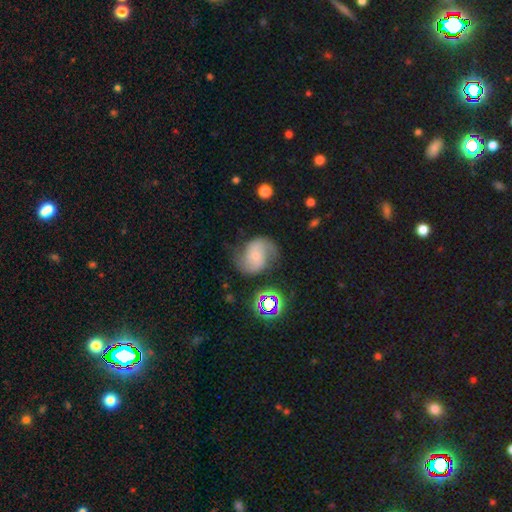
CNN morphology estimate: Q: Smooth or featured?
A: featured or disk (74%); runner-up: smooth (16%)
Q: Edge-on disk?
A: no (98%); runner-up: yes (2%)
Q: Bar?
A: no (59%); runner-up: weak (32%)
Q: Spiral arms?
A: yes (95%); runner-up: no (5%)
Q: Spiral winding?
A: medium (49%); runner-up: loose (32%)
Q: Spiral arm count?
A: 2 (89%); runner-up: can't tell (5%)
Q: Bulge size?
A: small (70%); runner-up: moderate (20%)
Q: Merging?
A: none (67%); runner-up: minor disturbance (20%)